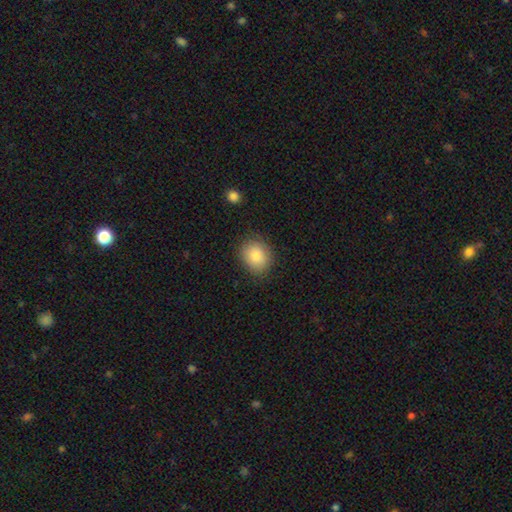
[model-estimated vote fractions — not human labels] This is clearly a smooth galaxy (85%). How rounded: likely round (62%). Merging: clearly none (84%).